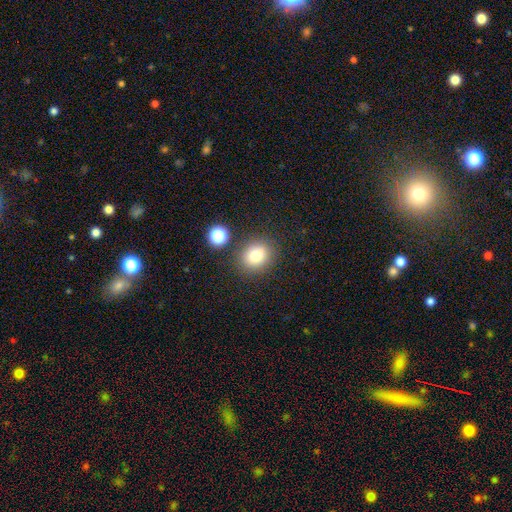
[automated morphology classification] Smooth or featured?
  - smooth: 81% *
  - star or artifact: 12%
  - featured or disk: 7%
How rounded?
  - round: 62% *
  - in between: 37%
  - cigar-shaped: 1%
Merging?
  - none: 81% *
  - minor disturbance: 10%
  - merger: 5%
  - major disturbance: 3%